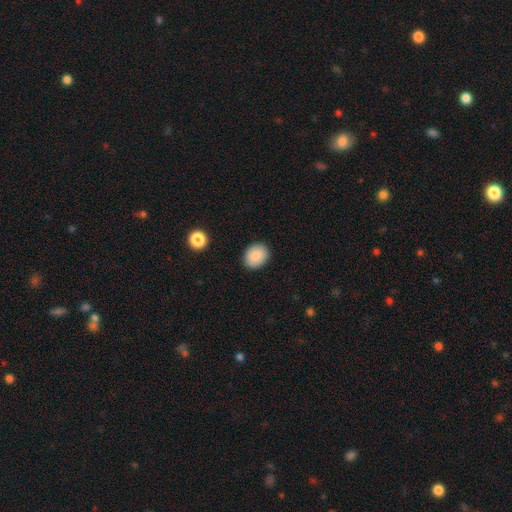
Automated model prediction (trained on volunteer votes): smooth_or_featured: smooth (p=0.88) [alt: star or artifact p=0.08]
how_rounded: in between (p=0.59) [alt: round p=0.40]
merging: none (p=0.88) [alt: minor disturbance p=0.08]